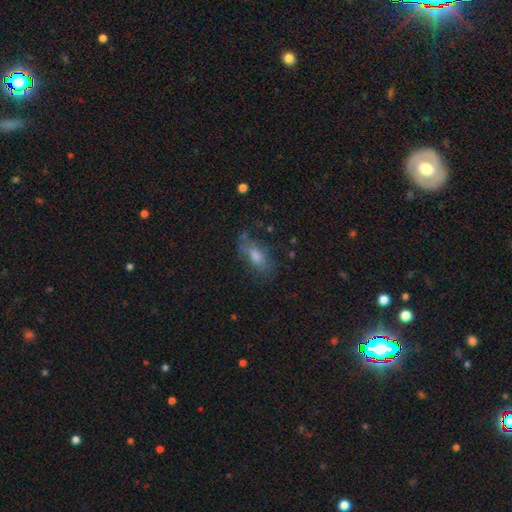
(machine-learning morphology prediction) Smooth or featured: smooth — 54% (featured or disk — 32%)
How rounded: in between — 73% (cigar-shaped — 21%)
Merging: none — 65% (minor disturbance — 22%)